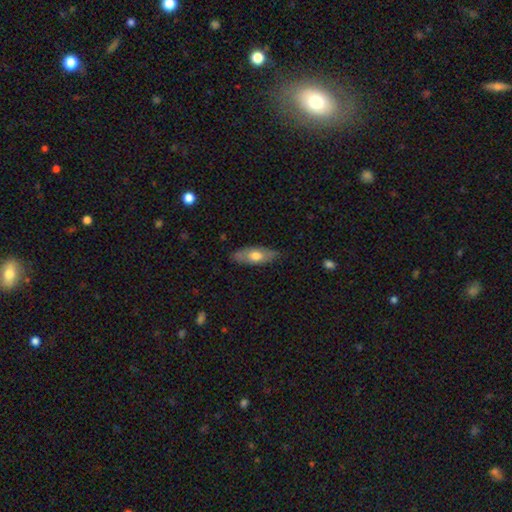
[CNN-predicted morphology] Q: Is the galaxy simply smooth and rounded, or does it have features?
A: smooth — 61%.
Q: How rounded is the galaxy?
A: in between — 78%.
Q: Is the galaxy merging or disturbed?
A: none — 78%.